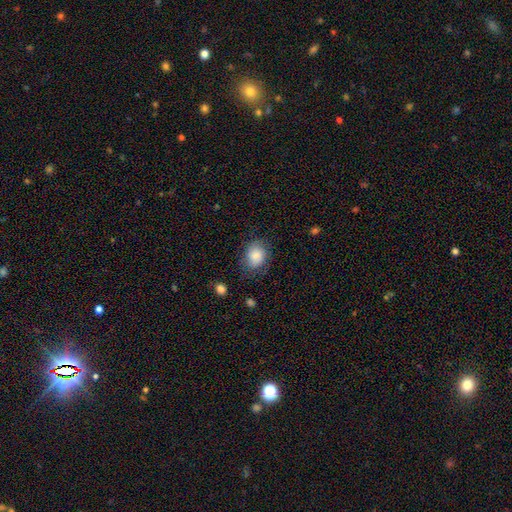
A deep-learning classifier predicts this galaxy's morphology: The model was most divided on "how rounded": in between: 53%, round: 46%, cigar-shaped: 1%. More confident: smooth or featured — smooth (82%); merging — none (70%).